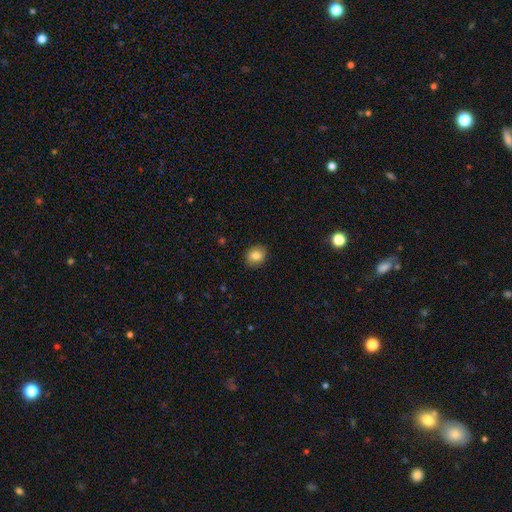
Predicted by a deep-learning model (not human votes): smooth_or_featured: smooth (p=0.83) [alt: star or artifact p=0.09]
how_rounded: round (p=0.59) [alt: in between p=0.40]
merging: none (p=0.88) [alt: minor disturbance p=0.09]